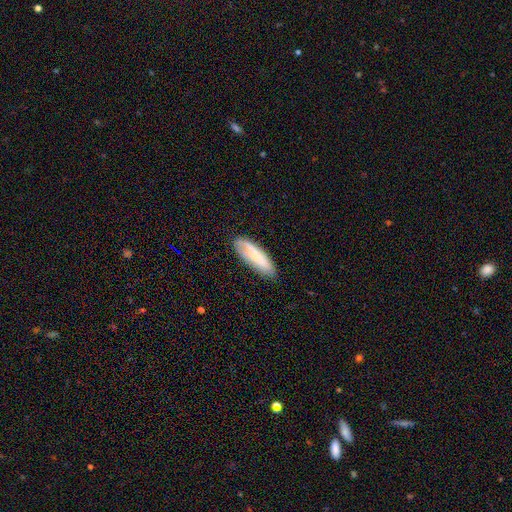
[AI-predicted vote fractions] Smooth or featured?
  - smooth: 60% *
  - featured or disk: 33%
  - star or artifact: 7%
How rounded?
  - in between: 51% *
  - cigar-shaped: 47%
  - round: 2%
Merging?
  - none: 74% *
  - minor disturbance: 19%
  - major disturbance: 5%
  - merger: 2%